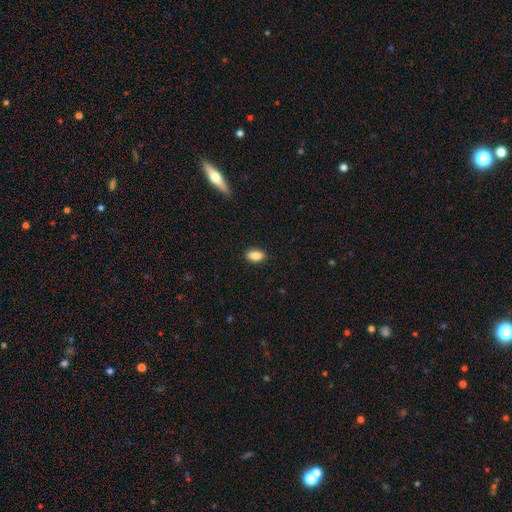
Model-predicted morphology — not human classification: smooth 85%, star or artifact 8%, featured or disk 7%. Down the decision tree: how rounded — in between (88%); merging — none (86%).